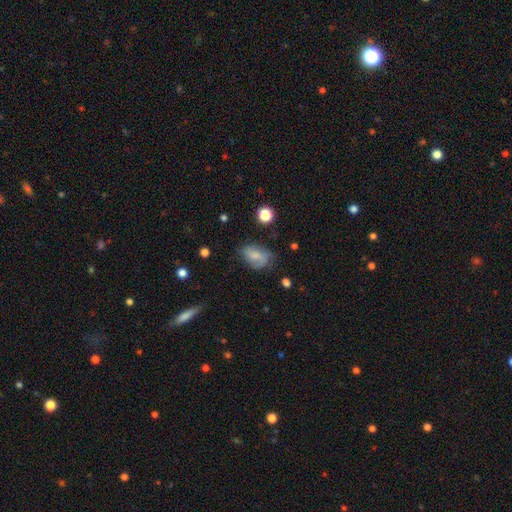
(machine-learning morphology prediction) Smooth or featured? smooth (60%)
How rounded? in between (80%)
Merging? none (53%)